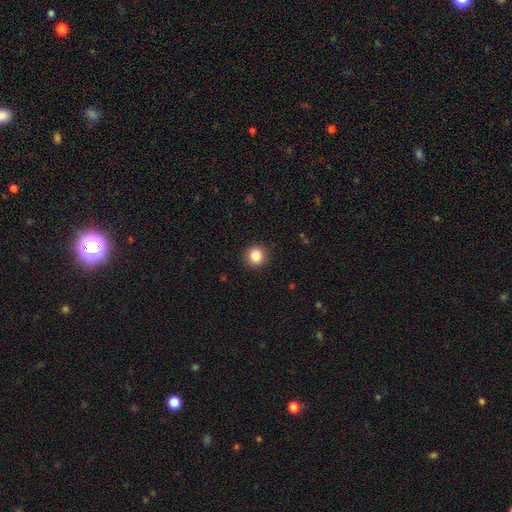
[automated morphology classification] A smooth galaxy with no disk features (86%) that is round (90%).

Vote fractions:
- Smooth or featured? smooth: 86% / star or artifact: 10% / featured or disk: 4%
- How rounded? round: 90% / in between: 9% / cigar-shaped: 1%
- Merging? none: 91% / minor disturbance: 6% / major disturbance: 2% / merger: 1%